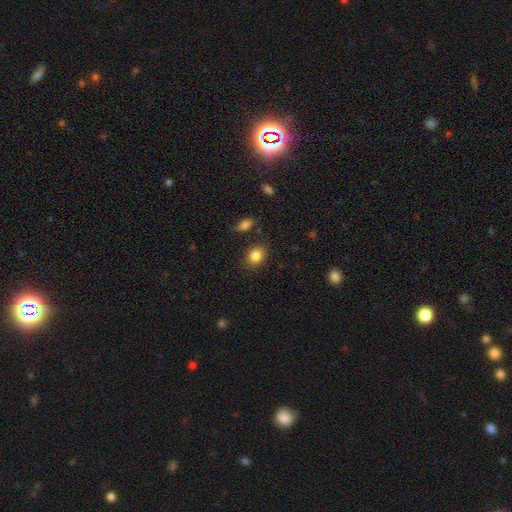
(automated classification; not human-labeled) Q: Smooth or featured?
A: smooth (85%); runner-up: star or artifact (9%)
Q: How rounded?
A: in between (54%); runner-up: round (45%)
Q: Merging?
A: none (85%); runner-up: minor disturbance (10%)